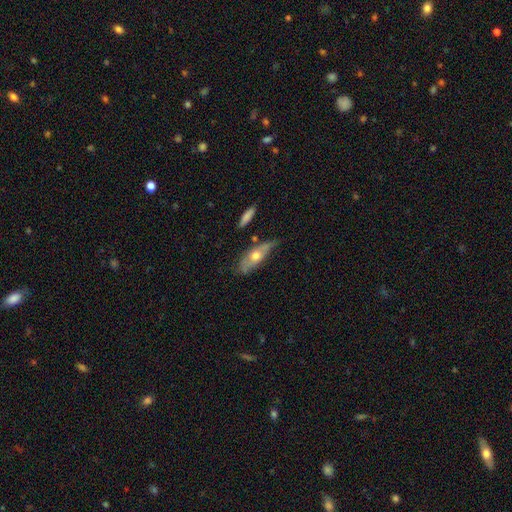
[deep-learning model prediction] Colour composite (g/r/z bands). It shows a smooth galaxy with no disk features (50%) that is in between round and cigar-shaped (67%). Merging: none (51%).